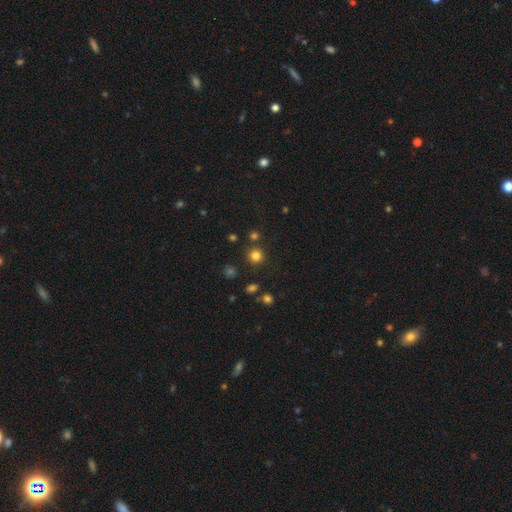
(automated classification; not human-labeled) This appears to be a smooth galaxy with no disk features (78%) that is round (93%). Merging: none (86%).